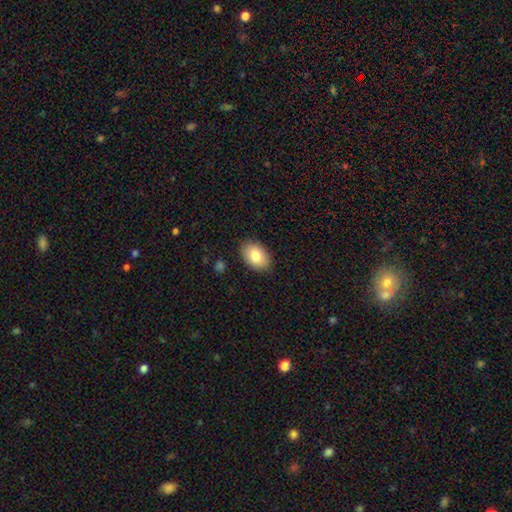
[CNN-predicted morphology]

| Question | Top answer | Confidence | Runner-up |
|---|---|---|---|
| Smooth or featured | smooth | 82% | featured or disk (11%) |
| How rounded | in between | 89% | round (10%) |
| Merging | none | 88% | minor disturbance (9%) |